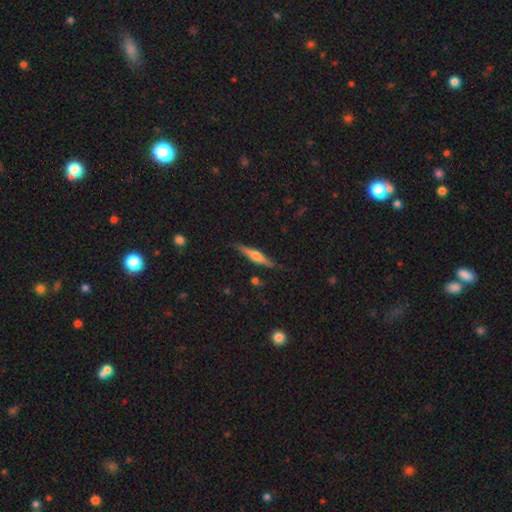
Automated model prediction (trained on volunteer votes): Smooth or featured: featured or disk — 65% (smooth — 29%)
Edge-on disk: yes — 97% (no — 3%)
Edge-on bulge: rounded — 90% (boxy — 6%)
Merging: none — 87% (minor disturbance — 9%)